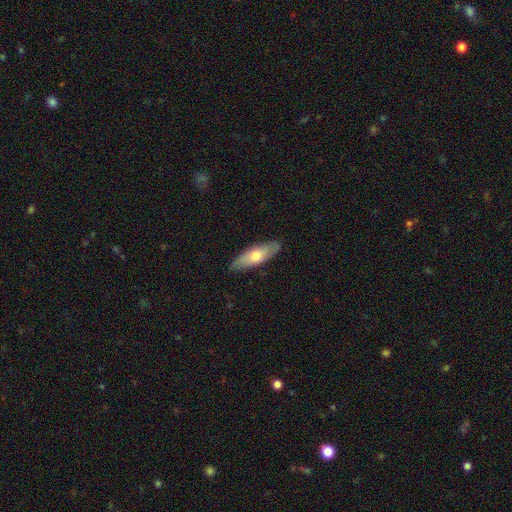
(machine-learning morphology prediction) Smooth or featured?
  - smooth: 62% *
  - featured or disk: 33%
  - star or artifact: 5%
How rounded?
  - in between: 53% *
  - cigar-shaped: 45%
  - round: 2%
Merging?
  - none: 86% *
  - minor disturbance: 11%
  - major disturbance: 2%
  - merger: 1%